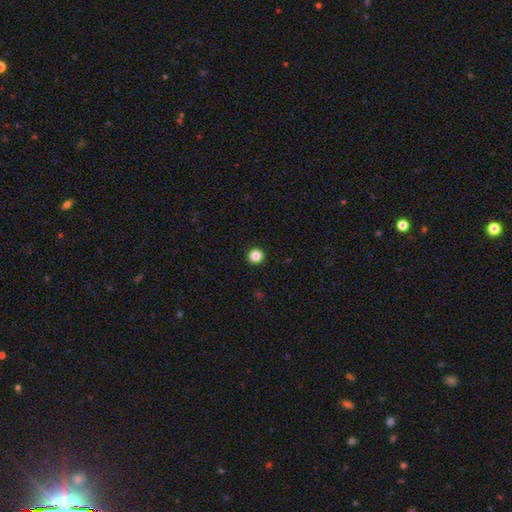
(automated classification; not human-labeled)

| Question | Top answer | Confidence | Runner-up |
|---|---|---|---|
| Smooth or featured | smooth | 86% | star or artifact (11%) |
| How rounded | round | 96% | in between (3%) |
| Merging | none | 94% | minor disturbance (4%) |